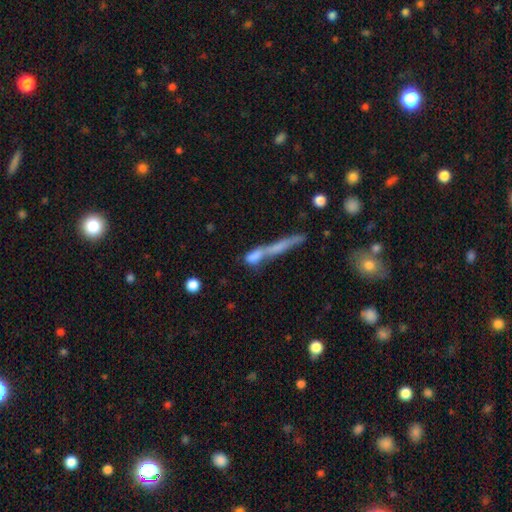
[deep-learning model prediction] Smooth or featured? Predicted: smooth (p=0.63). How rounded? Predicted: cigar-shaped (p=0.56). Merging? Predicted: merger (p=0.53).